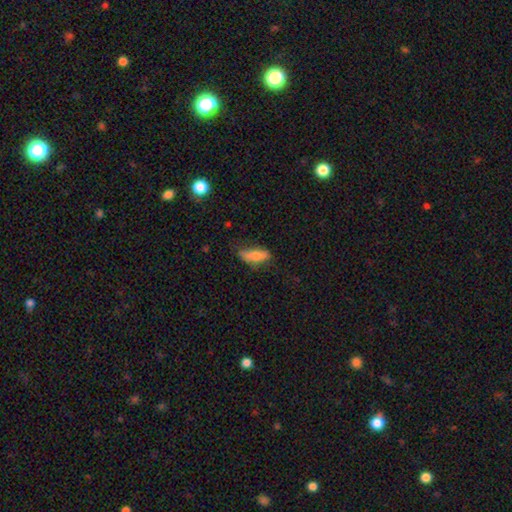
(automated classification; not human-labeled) Smooth or featured?
  - smooth: 75% *
  - featured or disk: 18%
  - star or artifact: 7%
How rounded?
  - in between: 65% *
  - cigar-shaped: 33%
  - round: 2%
Merging?
  - none: 60% *
  - minor disturbance: 30%
  - major disturbance: 9%
  - merger: 2%